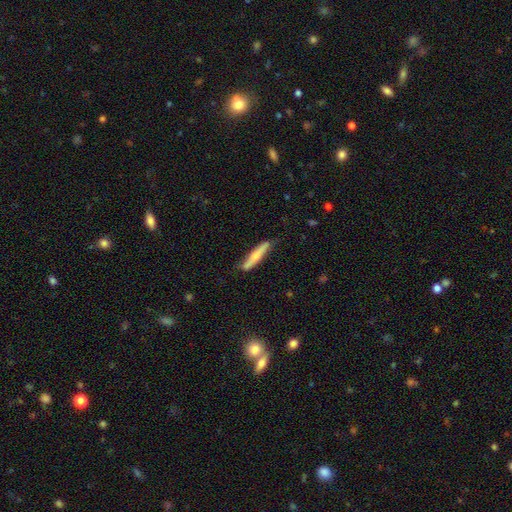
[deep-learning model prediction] A smooth galaxy with no disk features (56%) that is cigar-shaped (90%). Merging: none (77%).